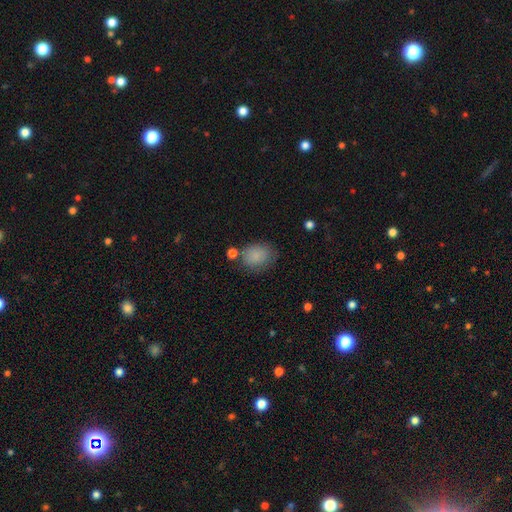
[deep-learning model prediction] The model was most divided on "how rounded": in between: 56%, round: 43%, cigar-shaped: 1%. More confident: smooth or featured — smooth (83%); merging — none (67%).